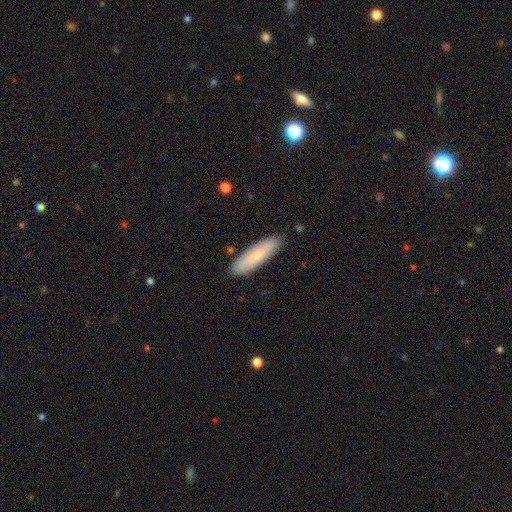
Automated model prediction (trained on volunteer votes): smooth 74%, featured or disk 20%, star or artifact 6%. Down the decision tree: how rounded — cigar-shaped (59%); merging — none (87%).